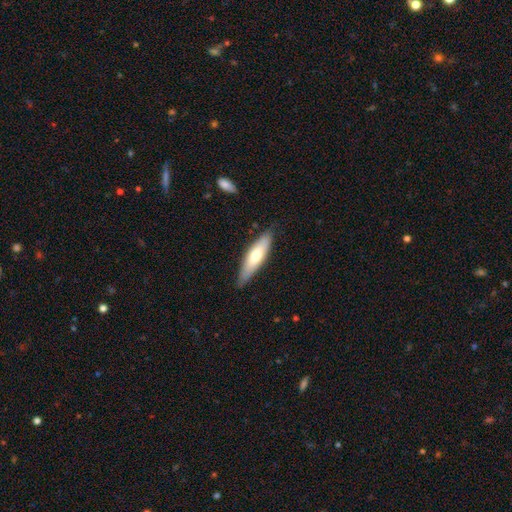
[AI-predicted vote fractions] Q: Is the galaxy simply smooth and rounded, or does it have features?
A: smooth — 62%.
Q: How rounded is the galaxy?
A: cigar-shaped — 65%.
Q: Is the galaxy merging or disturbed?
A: none — 83%.